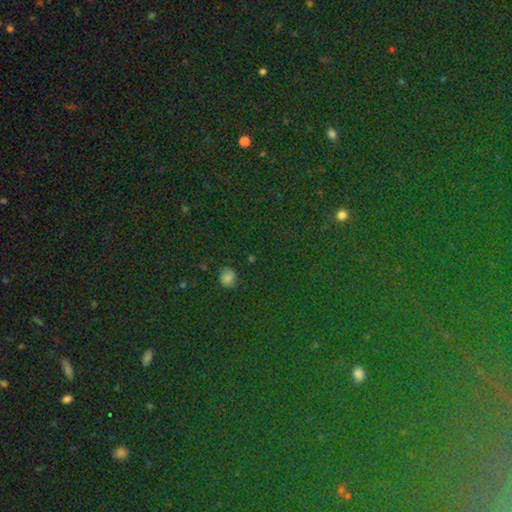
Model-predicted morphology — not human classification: A star or artifact, not a galaxy (77%).